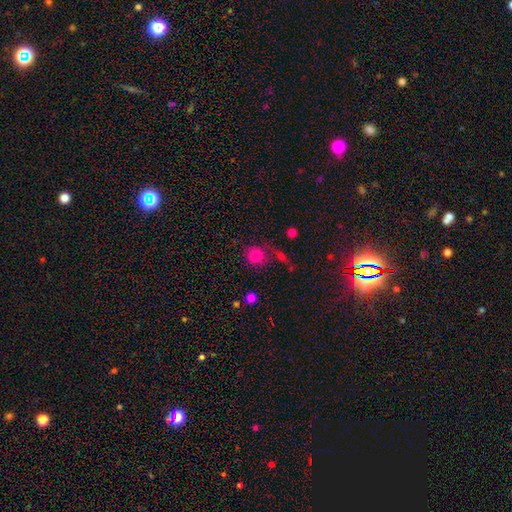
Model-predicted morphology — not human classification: Smooth or featured? Predicted: smooth (p=0.81). How rounded? Predicted: round (p=0.88). Merging? Predicted: none (p=0.64).